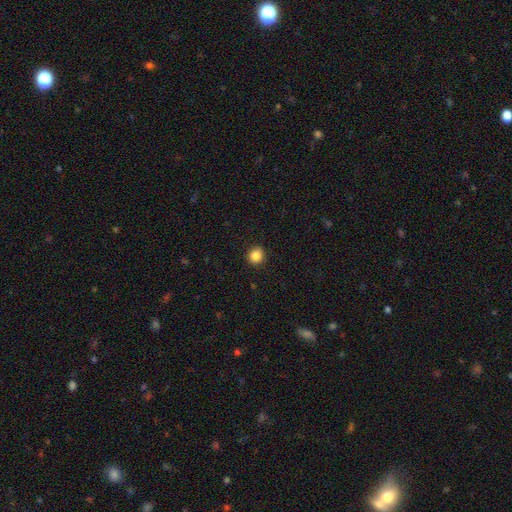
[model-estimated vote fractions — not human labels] Smooth or featured: smooth — 86% (star or artifact — 10%)
How rounded: round — 86% (in between — 13%)
Merging: none — 91% (minor disturbance — 6%)